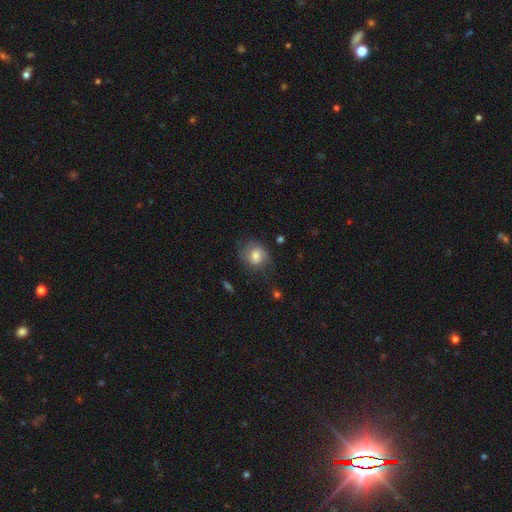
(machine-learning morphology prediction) smooth_or_featured: smooth (p=0.58) [alt: featured or disk p=0.33]
how_rounded: round (p=0.62) [alt: in between p=0.37]
merging: none (p=0.63) [alt: minor disturbance p=0.24]